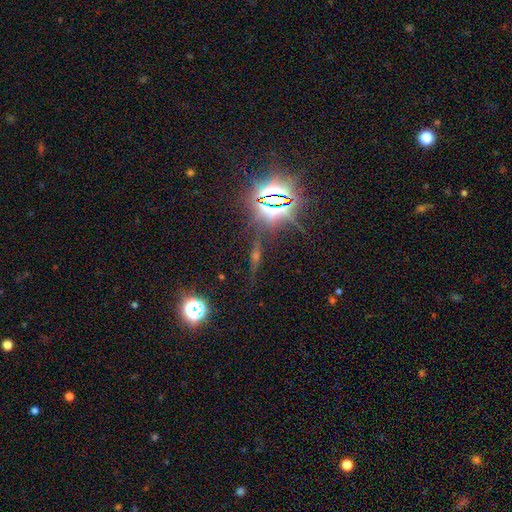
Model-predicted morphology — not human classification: type=star or artifact (52%).